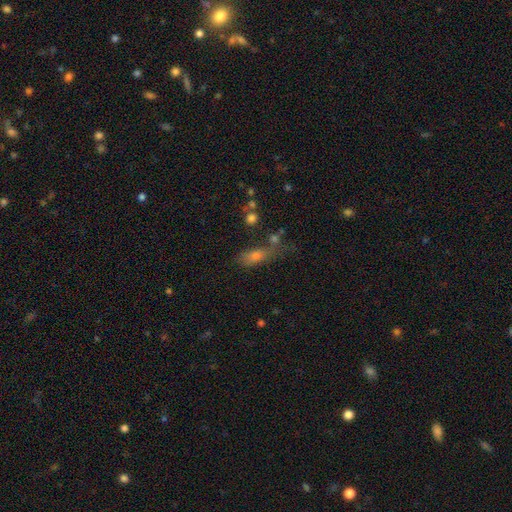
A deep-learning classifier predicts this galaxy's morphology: Overall: smooth (61%). How rounded: in between (58%; cigar-shaped 33%). Merging: none (47%; minor disturbance 20%).